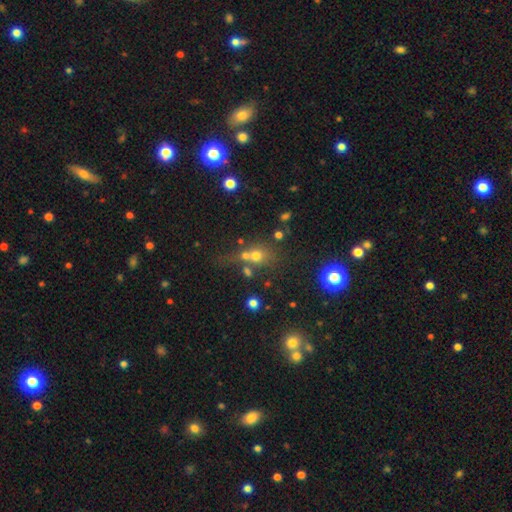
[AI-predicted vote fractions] Smooth or featured? smooth (61%)
How rounded? round (73%)
Merging? merger (40%)